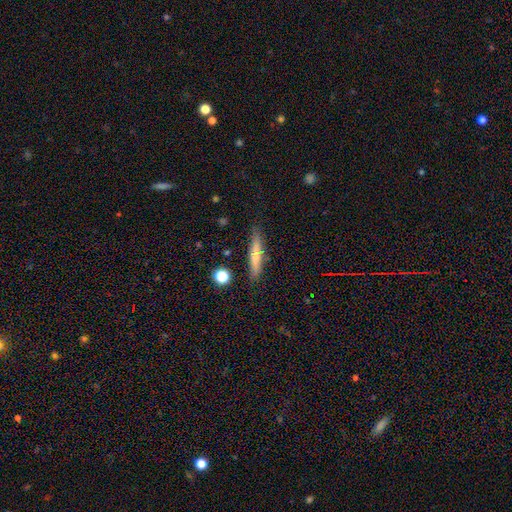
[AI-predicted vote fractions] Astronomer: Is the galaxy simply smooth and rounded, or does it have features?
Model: smooth — 63%.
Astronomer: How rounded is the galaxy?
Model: cigar-shaped — 88%.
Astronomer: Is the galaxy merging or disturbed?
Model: none — 81%.